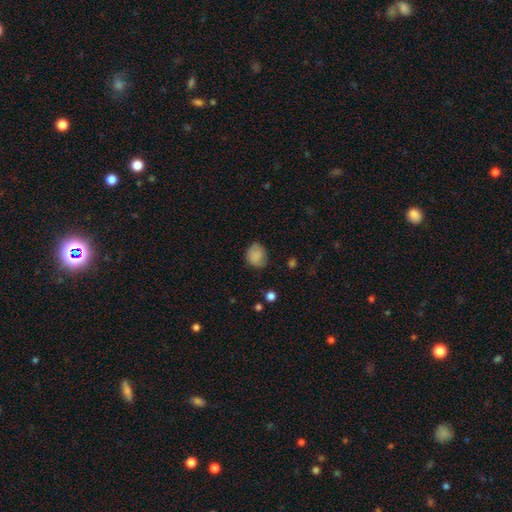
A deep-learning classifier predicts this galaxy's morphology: Smooth or featured? Predicted: smooth (p=0.84). How rounded? Predicted: round (p=0.64). Merging? Predicted: none (p=0.70).